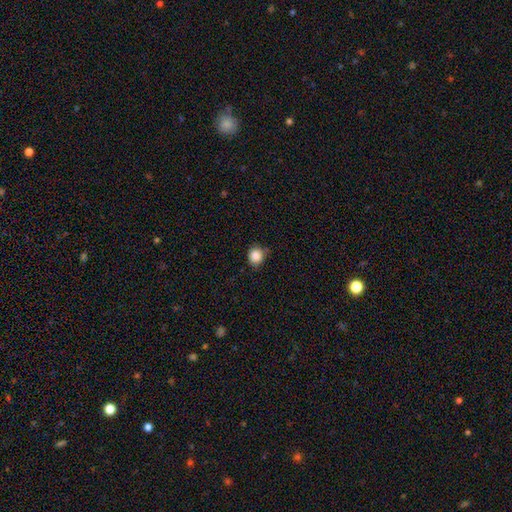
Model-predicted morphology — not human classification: A smooth galaxy with no disk features (87%) that is round (83%). Merging: none (75%).